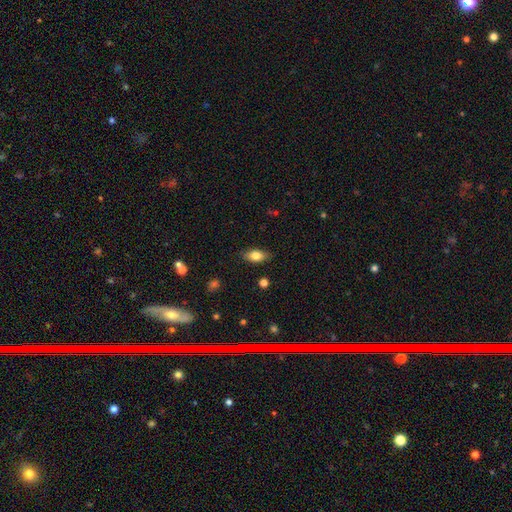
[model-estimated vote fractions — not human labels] Smooth or featured? Predicted: smooth (p=0.80). How rounded? Predicted: in between (p=0.87). Merging? Predicted: none (p=0.85).